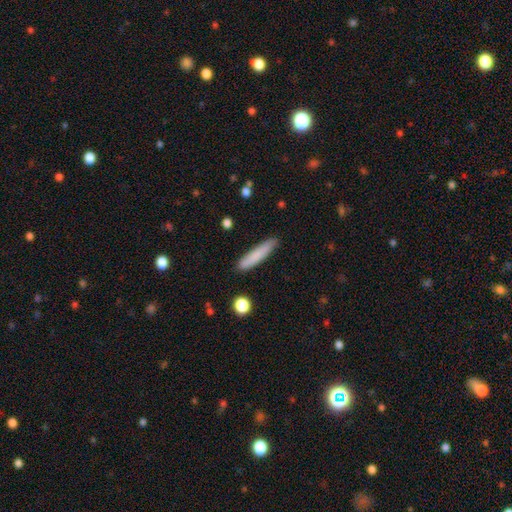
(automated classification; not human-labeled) Smooth or featured?
  - smooth: 80% *
  - featured or disk: 13%
  - star or artifact: 6%
How rounded?
  - cigar-shaped: 89% *
  - in between: 9%
  - round: 1%
Merging?
  - none: 86% *
  - minor disturbance: 10%
  - major disturbance: 2%
  - merger: 2%